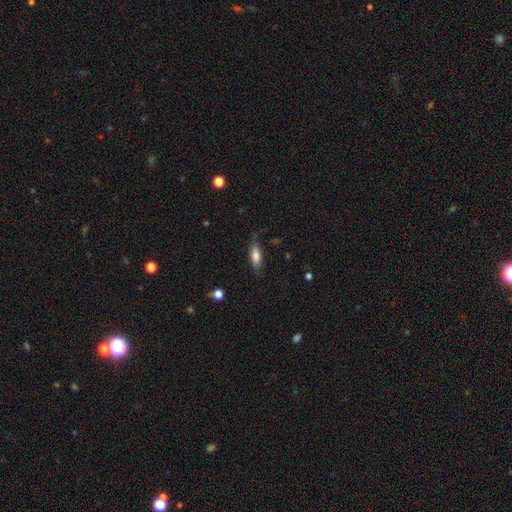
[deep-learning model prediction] A smooth galaxy with no disk features (75%) that is in between round and cigar-shaped (61%).

Vote fractions:
- Smooth or featured? smooth: 75% / featured or disk: 17% / star or artifact: 7%
- How rounded? in between: 61% / cigar-shaped: 37% / round: 2%
- Merging? none: 71% / minor disturbance: 21% / major disturbance: 5% / merger: 2%